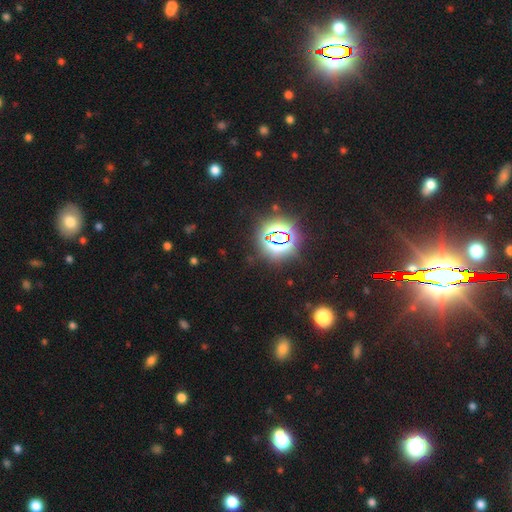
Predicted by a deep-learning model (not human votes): This is likely a star or artifact rather than a galaxy (79%).